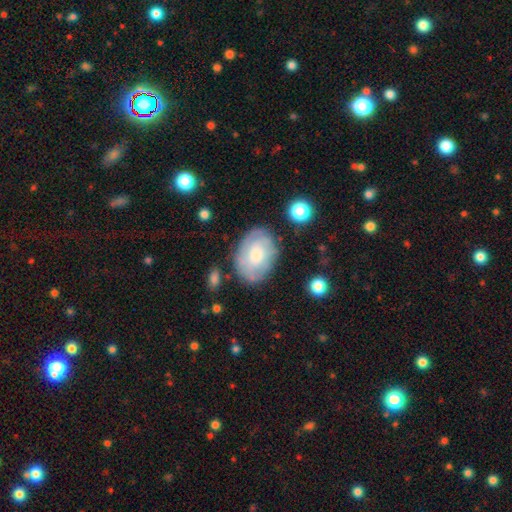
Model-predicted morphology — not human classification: Smooth or featured: smooth — 47% (featured or disk — 46%)
Merging: none — 74% (minor disturbance — 18%)